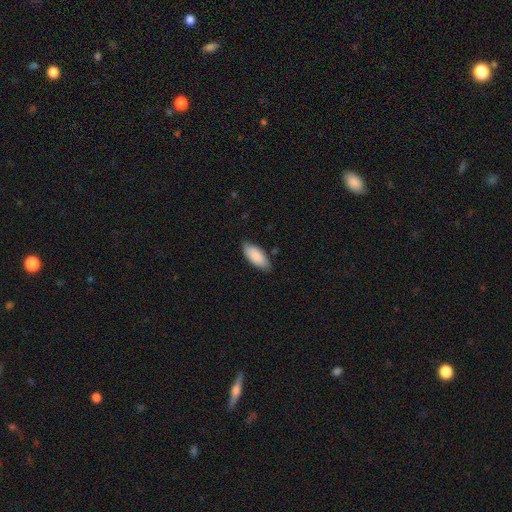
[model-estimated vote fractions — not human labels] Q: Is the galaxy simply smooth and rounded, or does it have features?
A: smooth — 87%.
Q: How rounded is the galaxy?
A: in between — 85%.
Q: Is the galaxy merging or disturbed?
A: none — 80%.